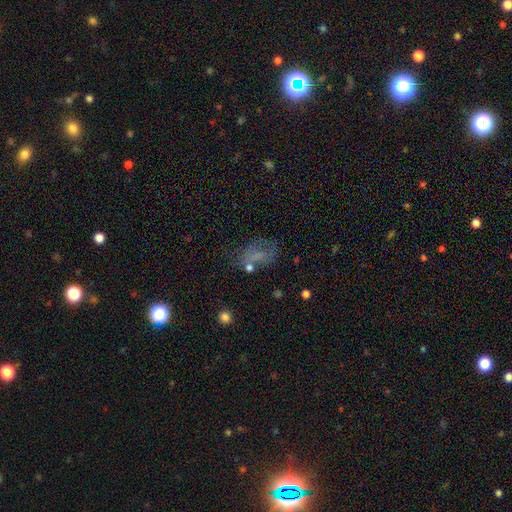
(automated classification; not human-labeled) Morphology: type=smooth (48%); merging=none (49%).